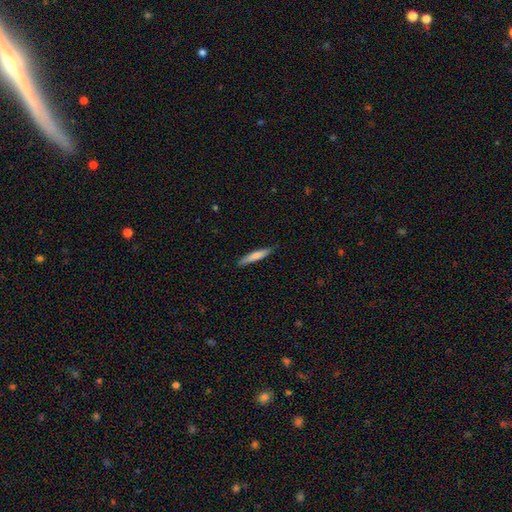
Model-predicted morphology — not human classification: This is likely a smooth galaxy (74%). How rounded: clearly cigar-shaped (92%). Merging: clearly none (86%).